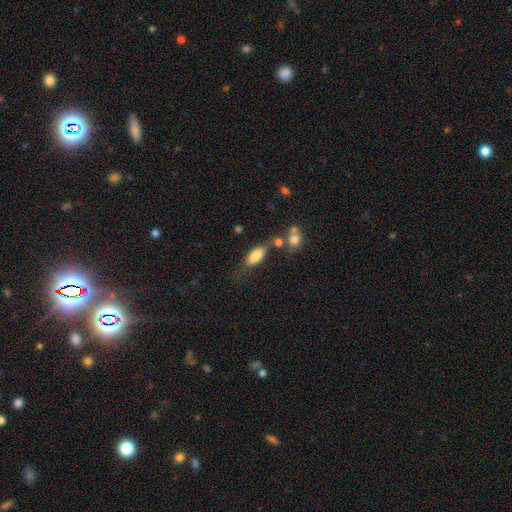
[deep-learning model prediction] This appears to be a smooth galaxy with no disk features (75%) that is in between round and cigar-shaped (81%). Merging: none (51%).